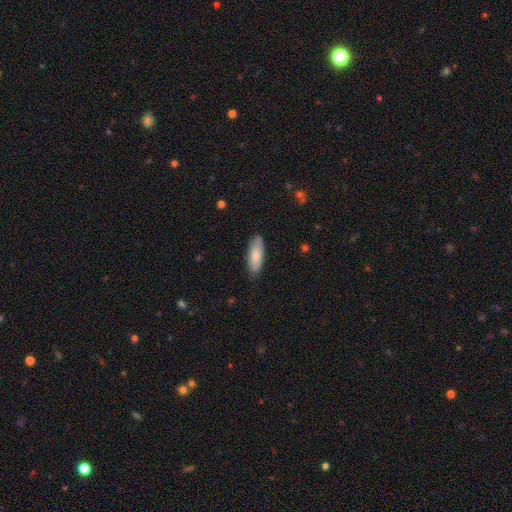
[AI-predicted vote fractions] smooth_or_featured: smooth (p=0.77) [alt: featured or disk p=0.17]
how_rounded: in between (p=0.68) [alt: cigar-shaped p=0.30]
merging: none (p=0.85) [alt: minor disturbance p=0.12]